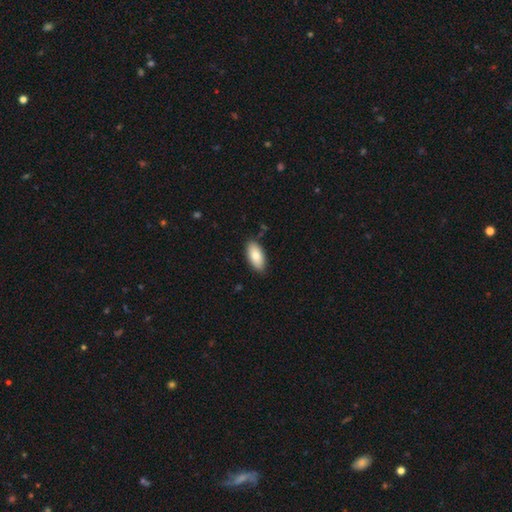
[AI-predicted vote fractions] Morphology: type=smooth (83%); roundness=in between (91%); merging=none (85%).